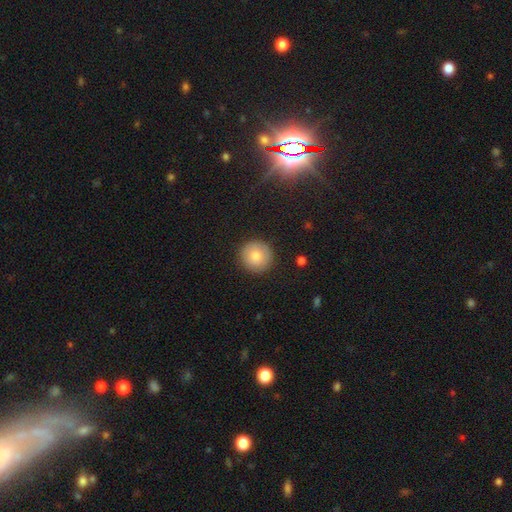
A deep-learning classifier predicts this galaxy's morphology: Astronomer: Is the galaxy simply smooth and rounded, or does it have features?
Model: smooth — 81%.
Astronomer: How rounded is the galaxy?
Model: round — 95%.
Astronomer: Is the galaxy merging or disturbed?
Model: none — 90%.